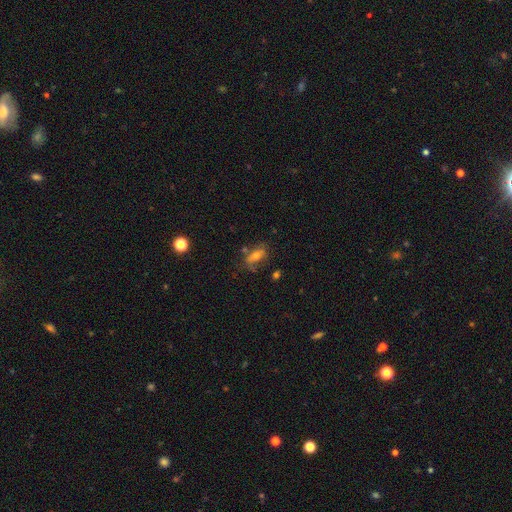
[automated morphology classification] type=smooth (48%); merging=none (56%).